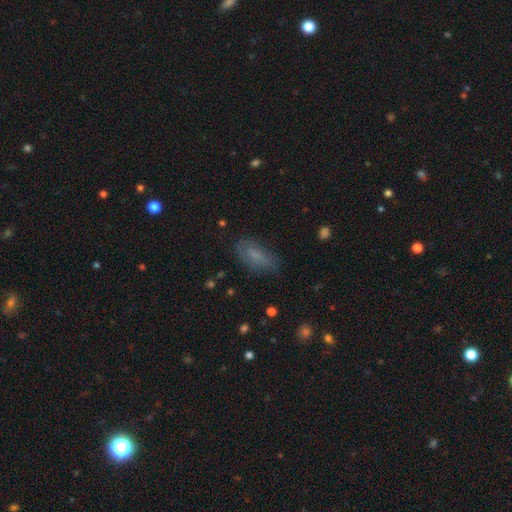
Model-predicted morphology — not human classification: Q: Smooth or featured?
A: smooth (65%); runner-up: featured or disk (23%)
Q: How rounded?
A: in between (81%); runner-up: cigar-shaped (15%)
Q: Merging?
A: none (72%); runner-up: minor disturbance (20%)